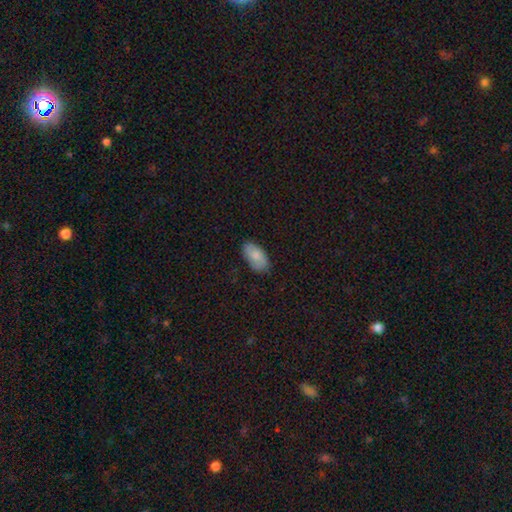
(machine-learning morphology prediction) type=smooth (77%); roundness=in between (94%); merging=none (80%).